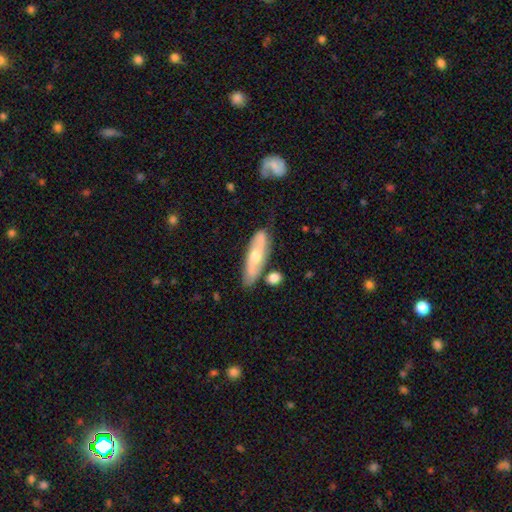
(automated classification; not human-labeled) This is possibly a featured or disk galaxy (60%). It is likely not viewed edge-on (69%). Merging: likely none (74%).